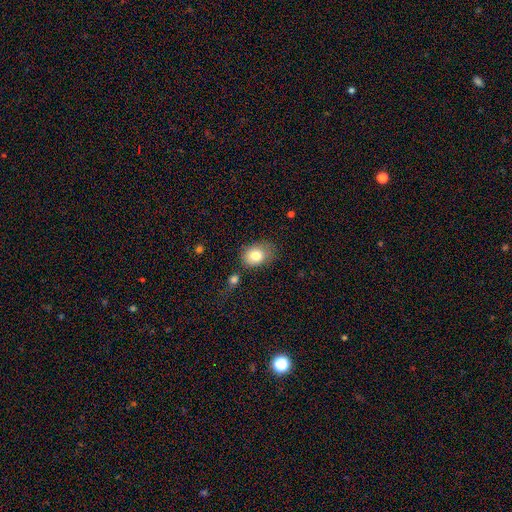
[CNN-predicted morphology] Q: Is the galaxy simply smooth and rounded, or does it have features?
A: smooth — 80%.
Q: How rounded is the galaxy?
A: in between — 66%.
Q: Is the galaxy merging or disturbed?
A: none — 64%.